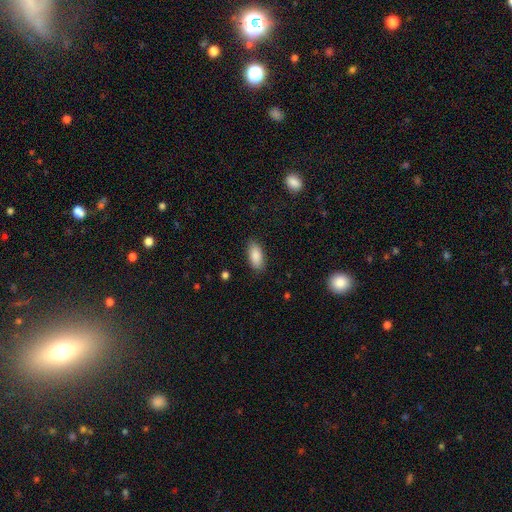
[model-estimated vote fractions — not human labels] Smooth or featured: smooth — 88% (star or artifact — 7%)
How rounded: in between — 89% (cigar-shaped — 9%)
Merging: none — 86% (minor disturbance — 10%)